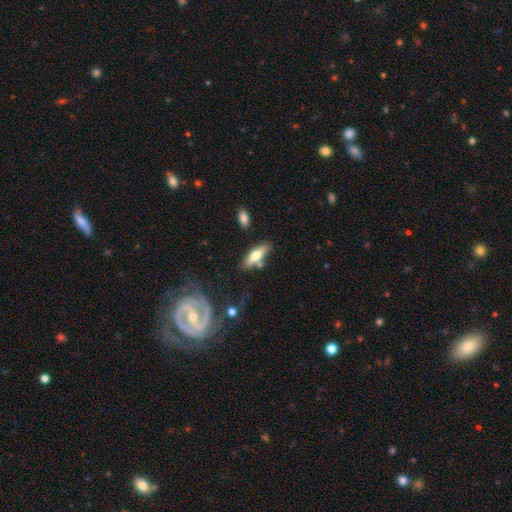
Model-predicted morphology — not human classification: Smooth or featured? Predicted: smooth (p=0.62). How rounded? Predicted: in between (p=0.58). Merging? Predicted: none (p=0.72).